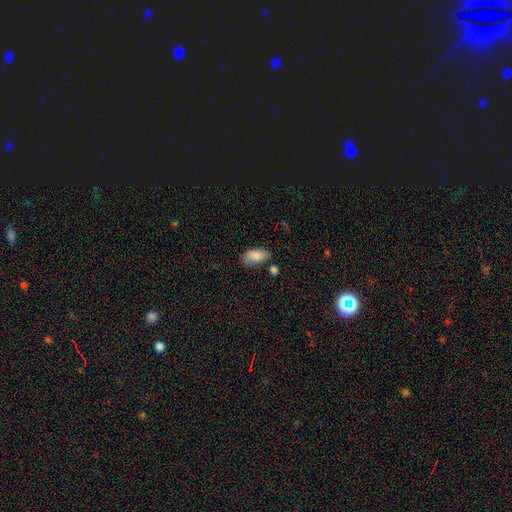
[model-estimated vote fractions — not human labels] The model was most divided on "merging": none: 67%, minor disturbance: 22%, merger: 5%, major disturbance: 5%. More confident: how rounded — in between (93%); smooth or featured — smooth (84%).